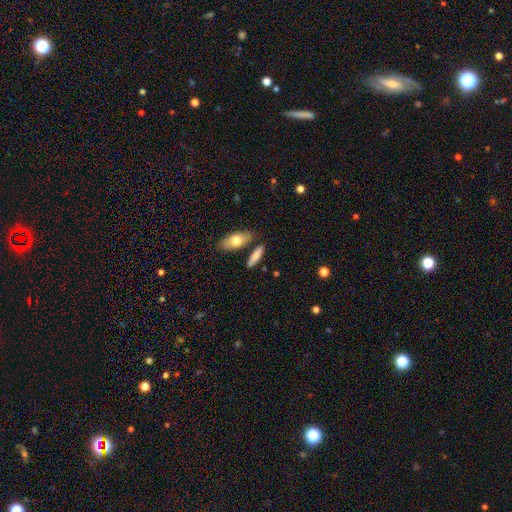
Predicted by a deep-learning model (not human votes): Smooth or featured: smooth — 76% (featured or disk — 18%)
How rounded: cigar-shaped — 54% (in between — 43%)
Merging: none — 74% (minor disturbance — 12%)